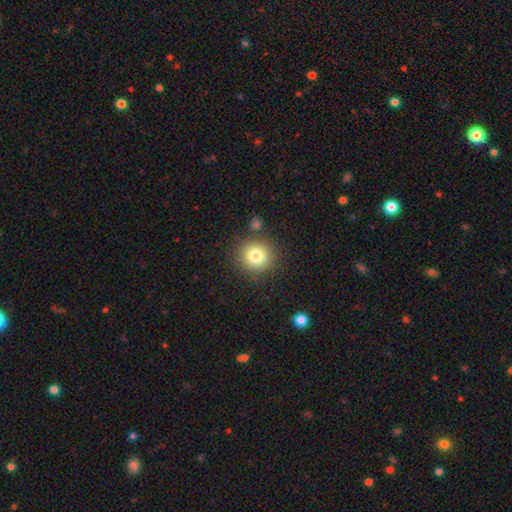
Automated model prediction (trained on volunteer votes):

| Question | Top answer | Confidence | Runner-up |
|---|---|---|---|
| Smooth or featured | smooth | 80% | star or artifact (12%) |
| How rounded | round | 92% | in between (7%) |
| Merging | none | 85% | minor disturbance (7%) |